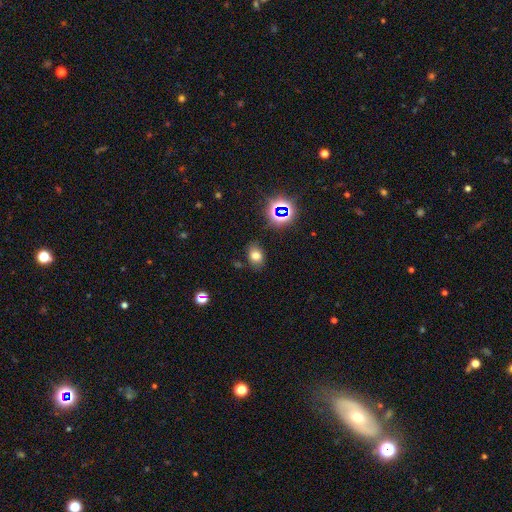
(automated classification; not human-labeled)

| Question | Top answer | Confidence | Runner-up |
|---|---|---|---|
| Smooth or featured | smooth | 71% | star or artifact (19%) |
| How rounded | in between | 69% | round (29%) |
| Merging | none | 80% | minor disturbance (13%) |